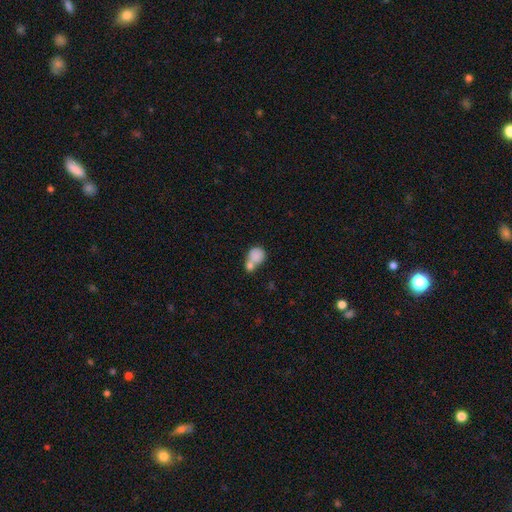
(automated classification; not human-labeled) The model was most divided on "merging": merger: 54%, none: 32%, minor disturbance: 9%, major disturbance: 5%. More confident: smooth or featured — smooth (83%); how rounded — round (73%).